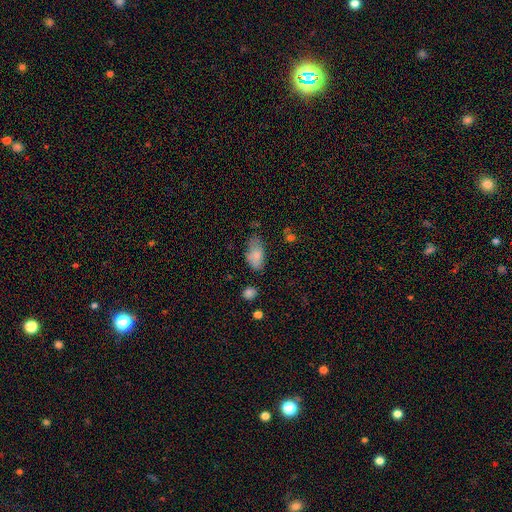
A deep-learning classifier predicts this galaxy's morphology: This is clearly a smooth galaxy (81%). How rounded: clearly in between (92%). Merging: possibly none (49%).